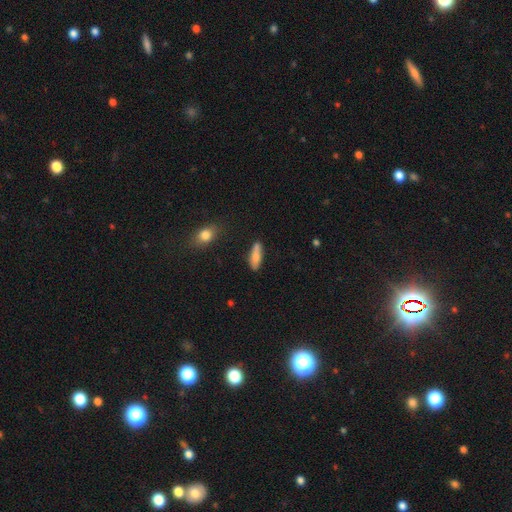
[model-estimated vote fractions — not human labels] Smooth or featured?
  - smooth: 81% *
  - featured or disk: 13%
  - star or artifact: 7%
How rounded?
  - cigar-shaped: 50% *
  - in between: 48%
  - round: 2%
Merging?
  - none: 77% *
  - minor disturbance: 16%
  - merger: 4%
  - major disturbance: 3%